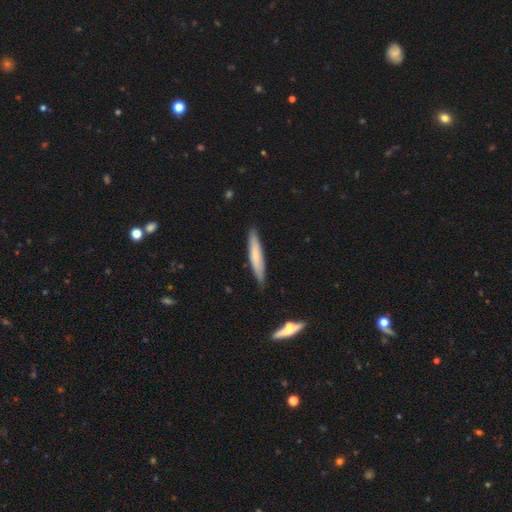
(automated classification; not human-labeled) A smooth galaxy with no disk features (65%) that is cigar-shaped (91%).

Vote fractions:
- Smooth or featured? smooth: 65% / featured or disk: 30% / star or artifact: 6%
- How rounded? cigar-shaped: 91% / in between: 8% / round: 1%
- Merging? none: 86% / minor disturbance: 11% / major disturbance: 2% / merger: 2%